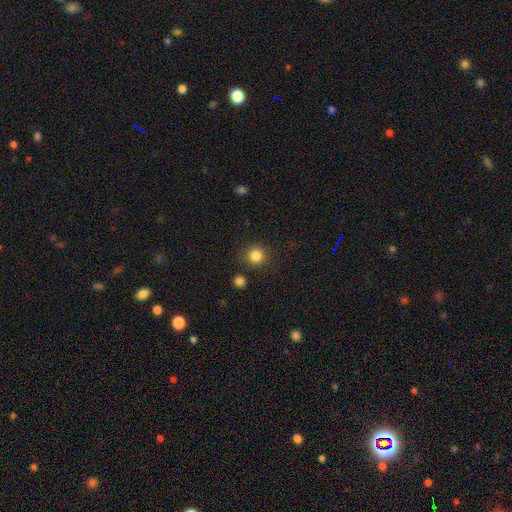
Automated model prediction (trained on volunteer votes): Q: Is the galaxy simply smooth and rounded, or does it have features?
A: smooth — 84%.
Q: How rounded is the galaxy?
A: round — 92%.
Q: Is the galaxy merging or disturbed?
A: none — 87%.